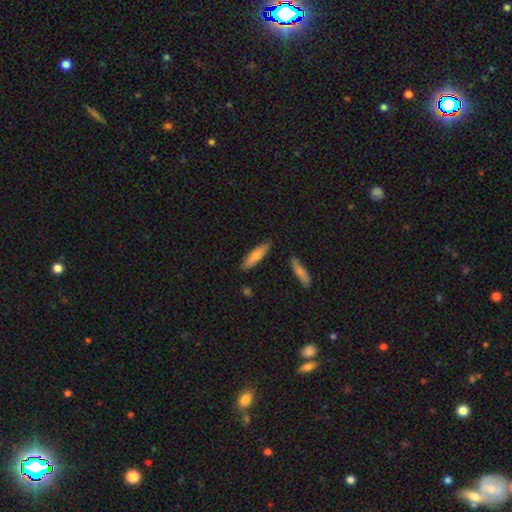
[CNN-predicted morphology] Smooth or featured?
  - smooth: 76% *
  - featured or disk: 18%
  - star or artifact: 6%
How rounded?
  - cigar-shaped: 70% *
  - in between: 28%
  - round: 2%
Merging?
  - none: 85% *
  - minor disturbance: 11%
  - merger: 3%
  - major disturbance: 2%